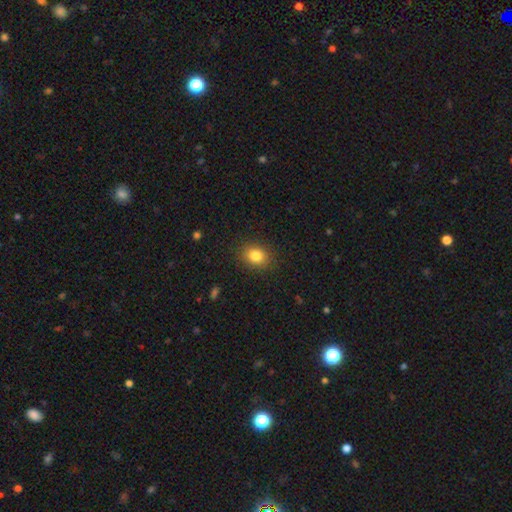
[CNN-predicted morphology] type=smooth (83%); roundness=in between (51%); merging=none (88%).